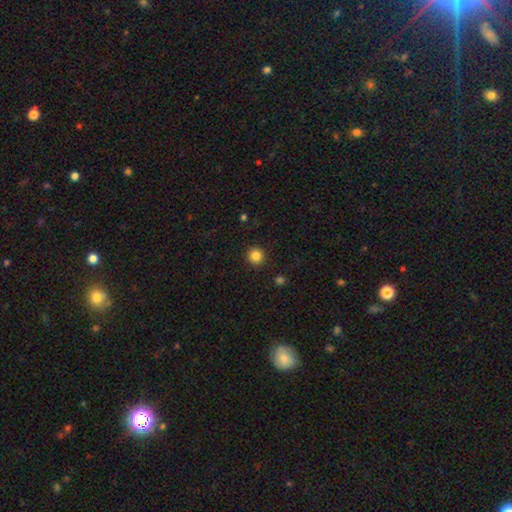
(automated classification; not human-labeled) The model was most divided on "smooth or featured": smooth: 84%, star or artifact: 11%, featured or disk: 4%. More confident: how rounded — round (94%); merging — none (92%).